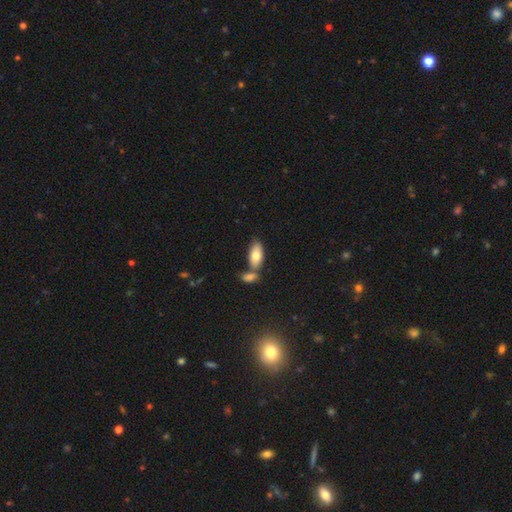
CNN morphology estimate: Q: Smooth or featured?
A: smooth (78%); runner-up: featured or disk (16%)
Q: How rounded?
A: in between (91%); runner-up: cigar-shaped (6%)
Q: Merging?
A: none (54%); runner-up: merger (31%)